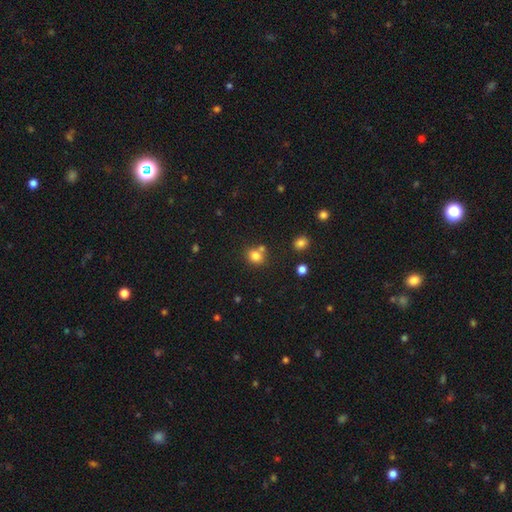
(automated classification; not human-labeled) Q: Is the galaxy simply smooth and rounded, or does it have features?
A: smooth — 80%.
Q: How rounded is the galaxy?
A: round — 71%.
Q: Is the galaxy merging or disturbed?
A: none — 63%.